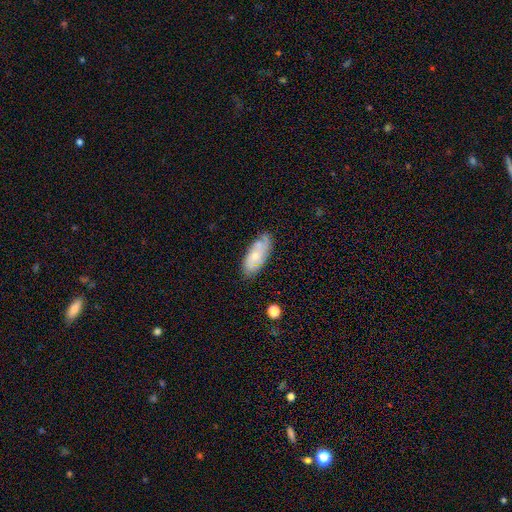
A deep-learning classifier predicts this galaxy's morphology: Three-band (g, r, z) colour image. It shows a smooth galaxy with no disk features (48%). Merging: none (71%).